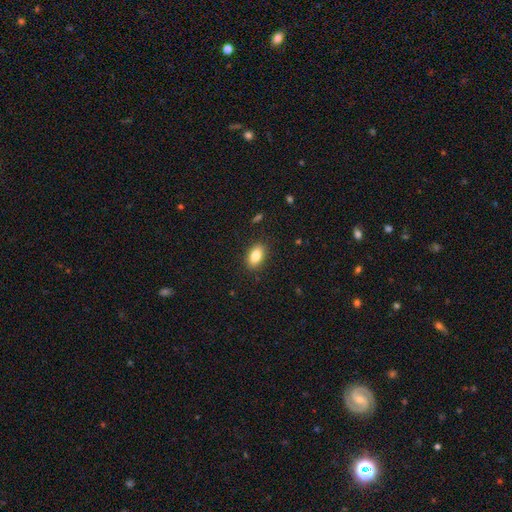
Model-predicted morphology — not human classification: Q: Smooth or featured?
A: smooth (83%); runner-up: featured or disk (9%)
Q: How rounded?
A: in between (90%); runner-up: round (8%)
Q: Merging?
A: none (88%); runner-up: minor disturbance (9%)